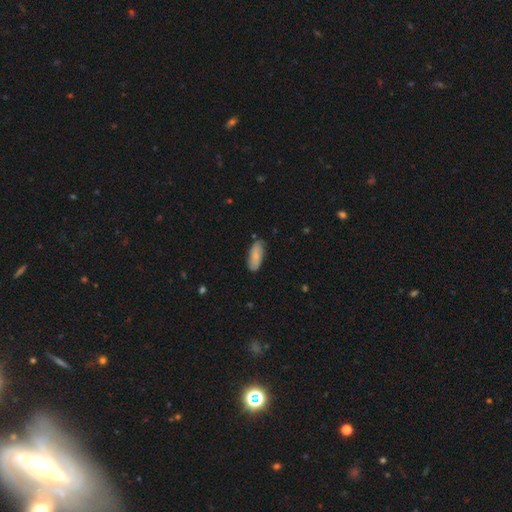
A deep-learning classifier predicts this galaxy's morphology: Smooth or featured: smooth — 75% (featured or disk — 19%)
How rounded: in between — 81% (cigar-shaped — 17%)
Merging: none — 78% (minor disturbance — 18%)